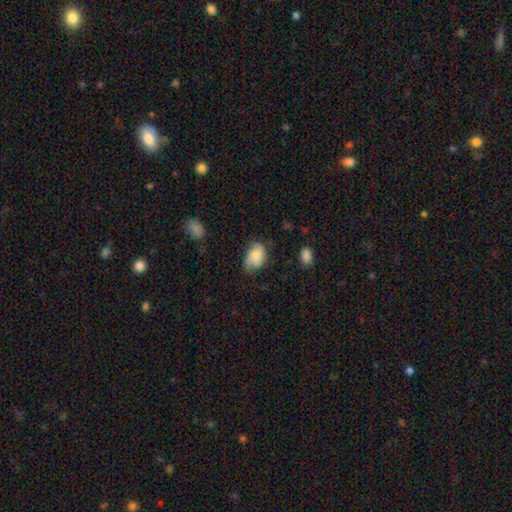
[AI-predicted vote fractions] Smooth or featured? Predicted: smooth (p=0.75). How rounded? Predicted: in between (p=0.86). Merging? Predicted: none (p=0.48).